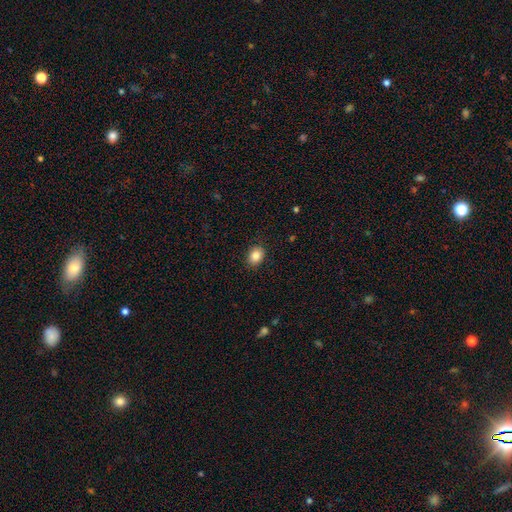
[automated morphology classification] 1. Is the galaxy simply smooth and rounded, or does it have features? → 86% smooth, 9% star or artifact, 6% featured or disk.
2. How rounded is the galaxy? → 59% in between, 40% round, 1% cigar-shaped.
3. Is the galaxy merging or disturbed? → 89% none, 8% minor disturbance, 2% major disturbance, 1% merger.